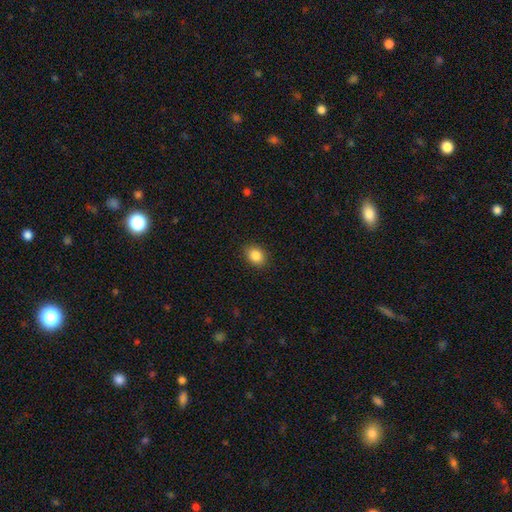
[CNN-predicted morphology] This is clearly a smooth galaxy (86%). How rounded: possibly in between (56%). Merging: clearly none (89%).